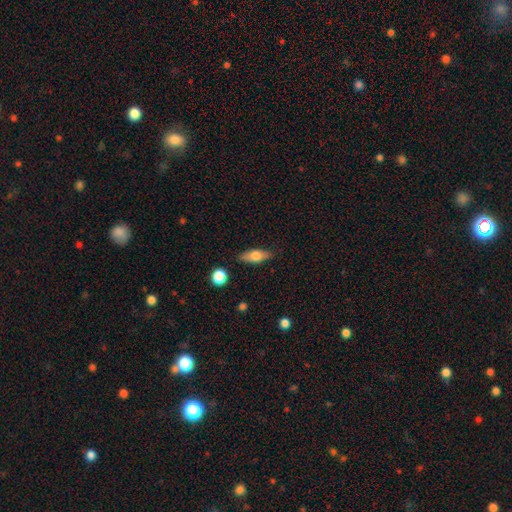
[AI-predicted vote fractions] A smooth galaxy with no disk features (67%) that is in between round and cigar-shaped (69%).

Vote fractions:
- Smooth or featured? smooth: 67% / featured or disk: 26% / star or artifact: 7%
- How rounded? in between: 69% / cigar-shaped: 27% / round: 4%
- Merging? none: 83% / minor disturbance: 12% / major disturbance: 3% / merger: 2%